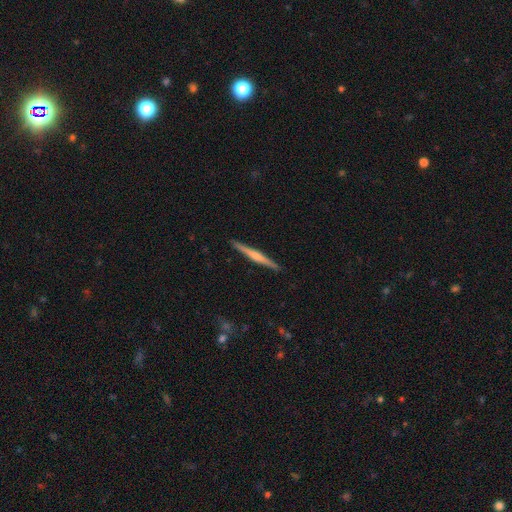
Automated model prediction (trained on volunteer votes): This is likely a featured or disk galaxy (66%). It is clearly viewed edge-on (98%). Edge-on bulge: likely rounded (69%). Merging: clearly none (92%).